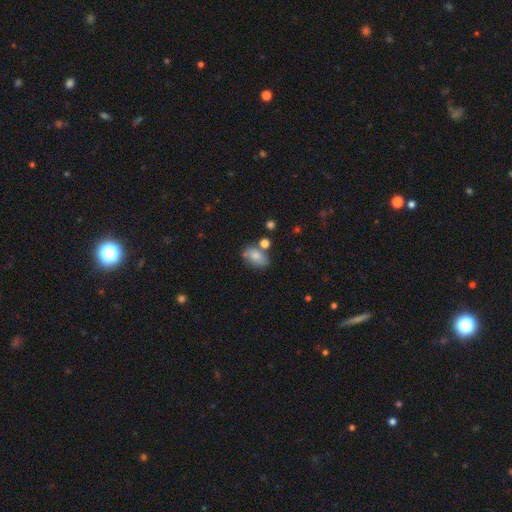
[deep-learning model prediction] A smooth galaxy with no disk features (70%) that is in between round and cigar-shaped (81%).

Vote fractions:
- Smooth or featured? smooth: 70% / featured or disk: 20% / star or artifact: 10%
- How rounded? in between: 81% / round: 17% / cigar-shaped: 2%
- Merging? none: 54% / minor disturbance: 22% / merger: 16% / major disturbance: 8%